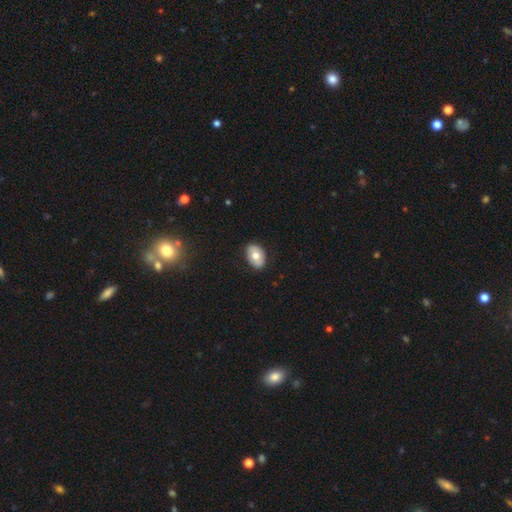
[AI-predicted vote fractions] The model was most divided on "smooth or featured": smooth: 69%, featured or disk: 24%, star or artifact: 7%. More confident: merging — none (87%); how rounded — in between (86%).